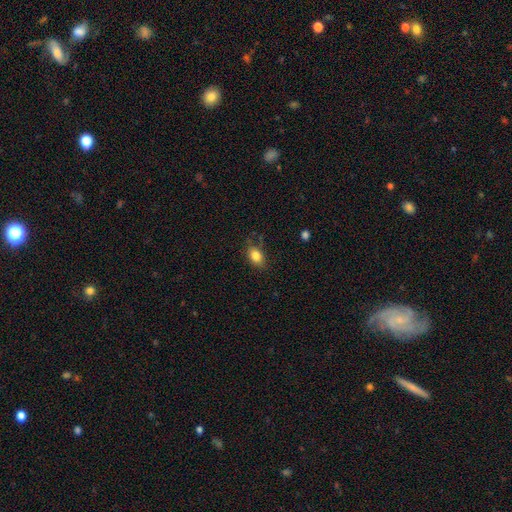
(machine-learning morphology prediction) This is clearly a smooth galaxy (82%). How rounded: likely in between (76%). Merging: likely none (69%).